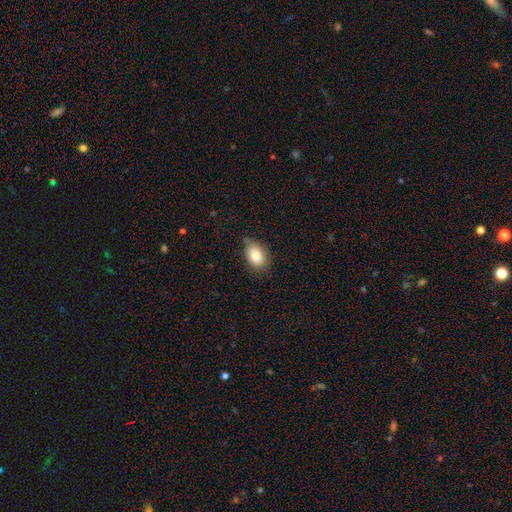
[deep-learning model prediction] smooth_or_featured: smooth (p=0.85) [alt: star or artifact p=0.08]
how_rounded: in between (p=0.84) [alt: round p=0.15]
merging: none (p=0.67) [alt: minor disturbance p=0.26]